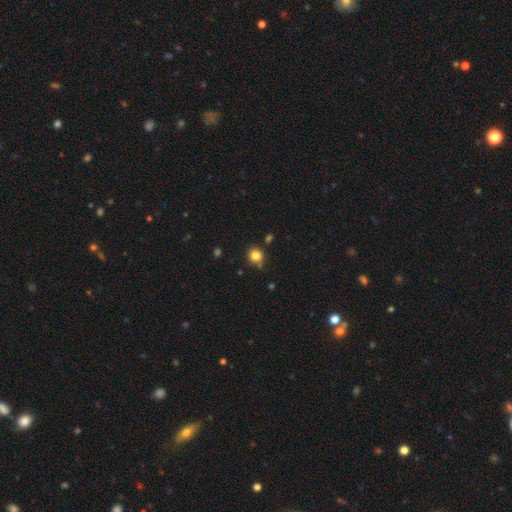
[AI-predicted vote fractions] The model was most divided on "merging": none: 79%, minor disturbance: 13%, merger: 5%, major disturbance: 3%. More confident: how rounded — round (87%); smooth or featured — smooth (82%).